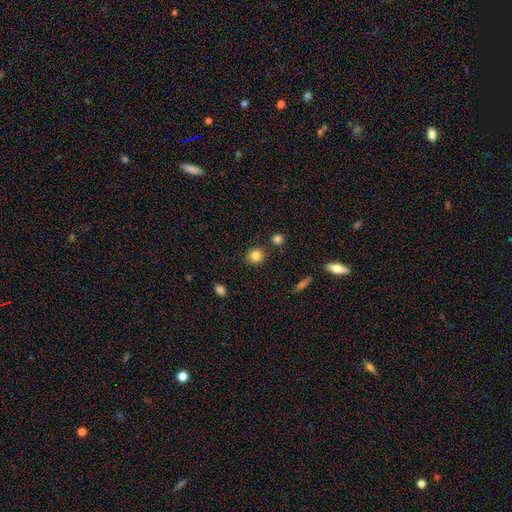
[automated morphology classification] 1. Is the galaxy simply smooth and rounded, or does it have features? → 82% smooth, 11% star or artifact, 6% featured or disk.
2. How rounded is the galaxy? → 88% round, 11% in between, 1% cigar-shaped.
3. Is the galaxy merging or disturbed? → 86% none, 7% minor disturbance, 4% merger, 2% major disturbance.